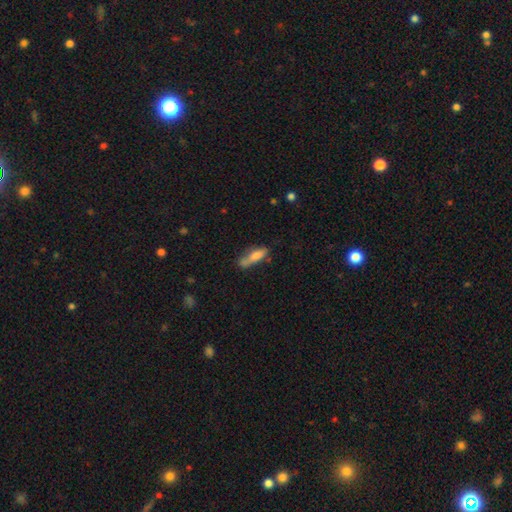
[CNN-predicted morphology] The model was most divided on "how rounded": cigar-shaped: 61%, in between: 37%, round: 2%. More confident: smooth or featured — smooth (68%); merging — none (53%).